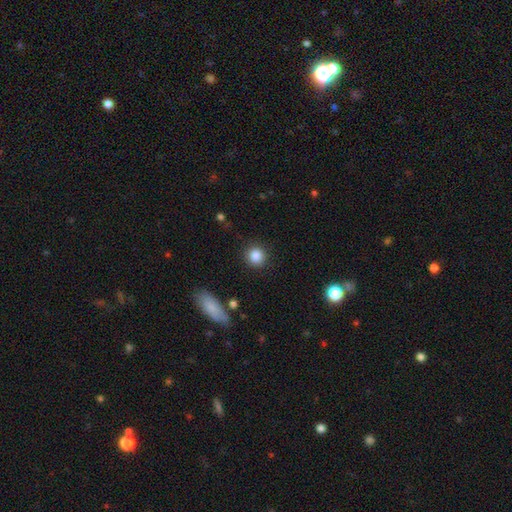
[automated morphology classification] Overall: smooth (86%). How rounded: round (91%). Merging: none (90%).